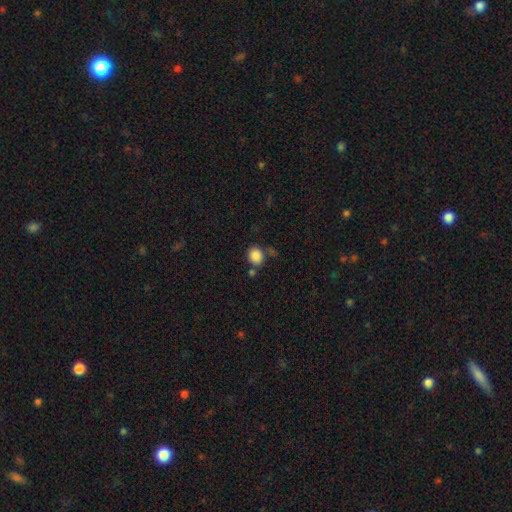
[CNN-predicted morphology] Smooth or featured? Predicted: smooth (p=0.86). How rounded? Predicted: round (p=0.83). Merging? Predicted: none (p=0.70).